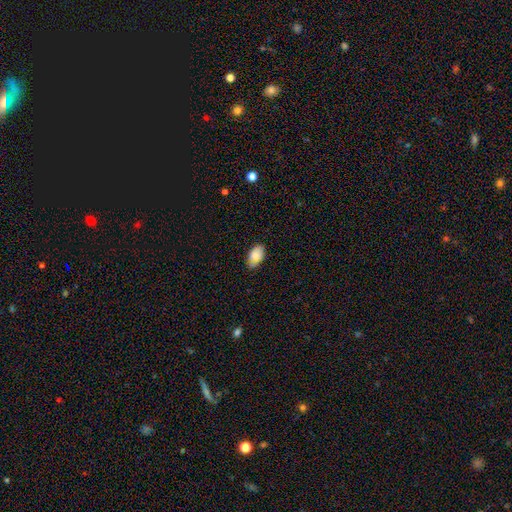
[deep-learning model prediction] This appears to be a smooth galaxy with no disk features (72%) that is in between round and cigar-shaped (93%). Merging: none (79%).